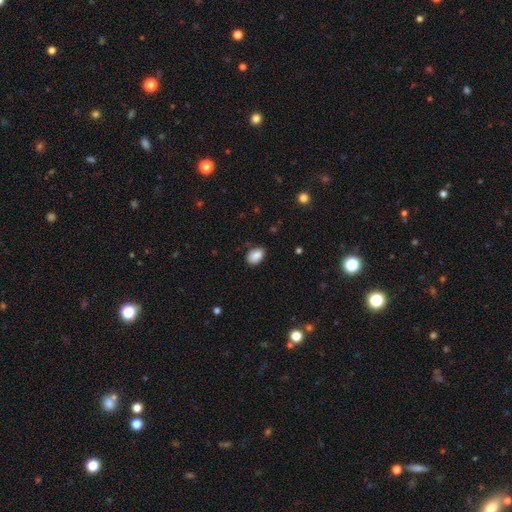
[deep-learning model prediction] Morphology: type=smooth (88%); roundness=in between (87%); merging=none (81%).